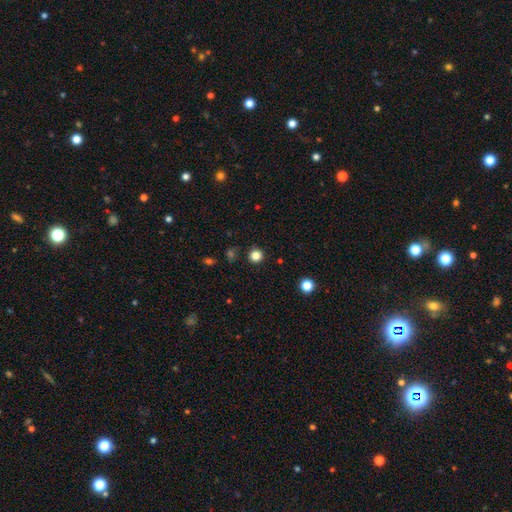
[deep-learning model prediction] Q: Smooth or featured?
A: smooth (83%); runner-up: star or artifact (13%)
Q: How rounded?
A: round (94%); runner-up: in between (5%)
Q: Merging?
A: none (90%); runner-up: minor disturbance (6%)